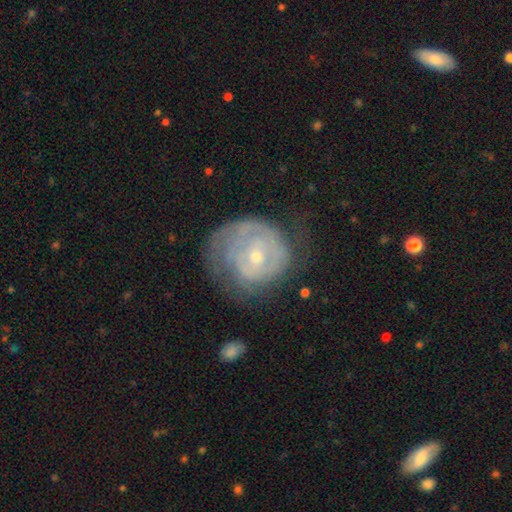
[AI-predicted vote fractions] Morphology: type=featured or disk (72%); edge-on=no (97%); bar=no (71%); spiral arms=yes (79%); winding=tight (69%); arm count=can't tell (47%); bulge=small (66%); merging=none (50%).